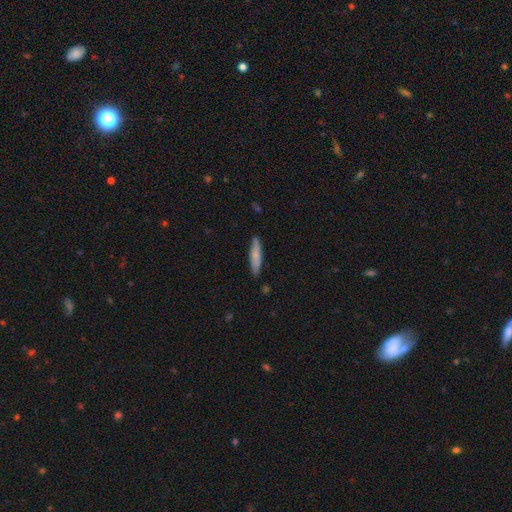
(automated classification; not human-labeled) smooth-or-featured: smooth: 71% | featured or disk: 23% | star or artifact: 6%
  how-rounded: cigar-shaped: 85% | in between: 14% | round: 1%
  merging: none: 85% | minor disturbance: 12% | major disturbance: 2% | merger: 1%